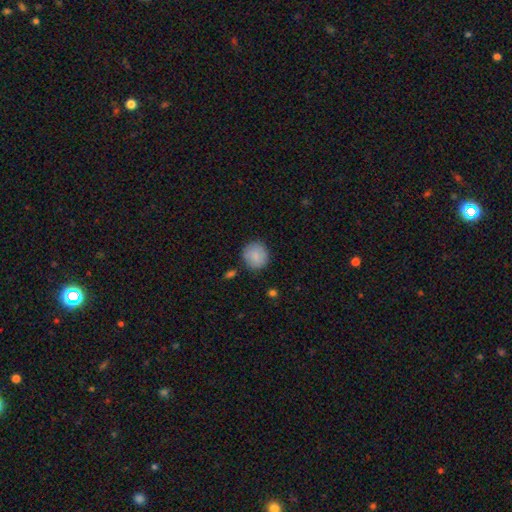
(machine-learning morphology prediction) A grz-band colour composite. It shows a smooth galaxy with no disk features (87%) that is round (90%). Merging: none (83%).